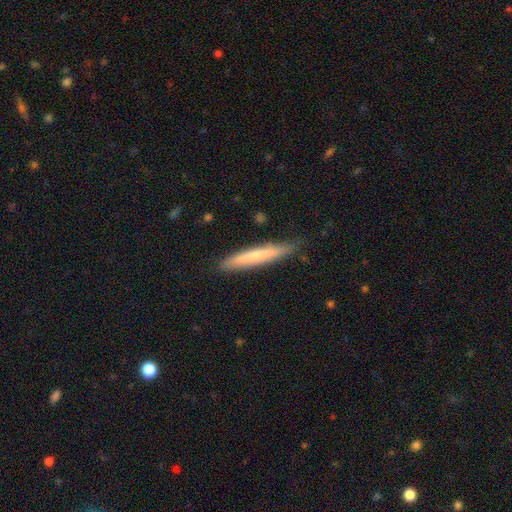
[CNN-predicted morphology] smooth_or_featured: smooth (p=0.60) [alt: featured or disk p=0.34]
how_rounded: cigar-shaped (p=0.94) [alt: in between p=0.04]
merging: none (p=0.83) [alt: minor disturbance p=0.13]